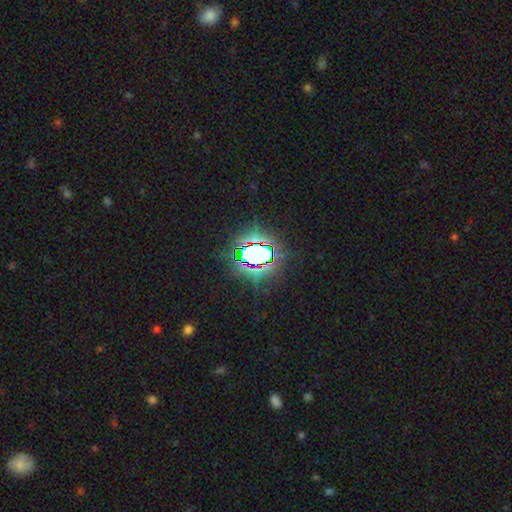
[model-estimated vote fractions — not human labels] Smooth or featured?
  - star or artifact: 71% *
  - smooth: 18%
  - featured or disk: 11%